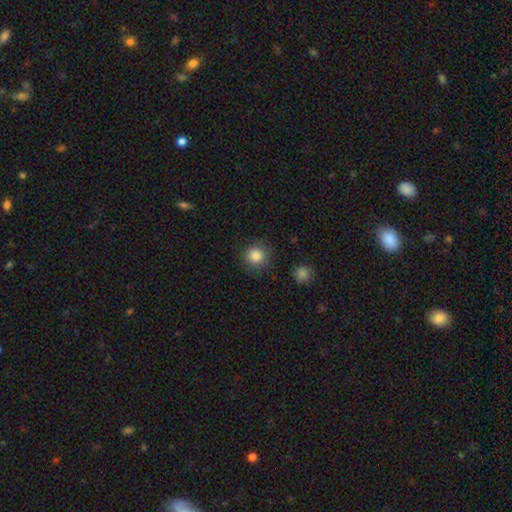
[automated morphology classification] Smooth or featured?
  - smooth: 86% *
  - star or artifact: 10%
  - featured or disk: 4%
How rounded?
  - round: 93% *
  - in between: 6%
  - cigar-shaped: 1%
Merging?
  - none: 85% *
  - minor disturbance: 9%
  - major disturbance: 4%
  - merger: 2%